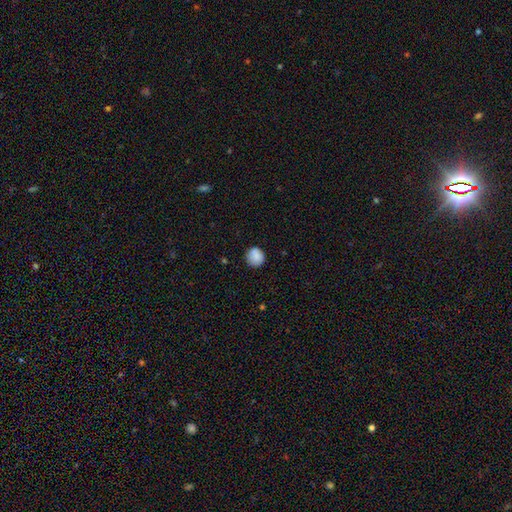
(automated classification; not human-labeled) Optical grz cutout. It shows a smooth galaxy with no disk features (86%) that is round (87%). Merging: none (83%).